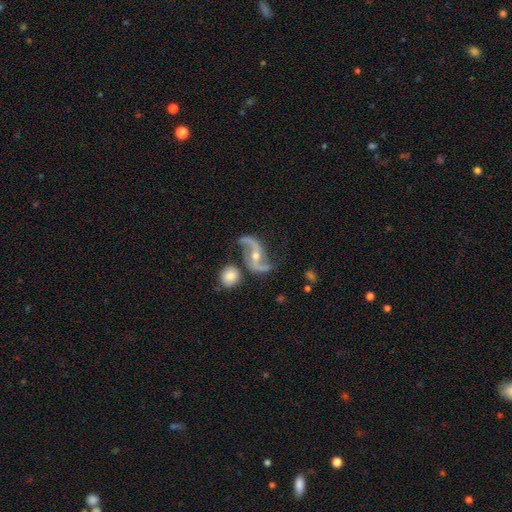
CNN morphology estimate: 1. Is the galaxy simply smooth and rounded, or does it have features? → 91% featured or disk, 5% star or artifact, 4% smooth.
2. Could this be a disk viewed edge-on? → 97% no, 3% yes.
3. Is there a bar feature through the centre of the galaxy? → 46% no, 32% weak, 22% strong.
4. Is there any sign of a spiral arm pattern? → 97% yes, 3% no.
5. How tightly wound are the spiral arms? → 71% loose, 23% medium, 6% tight.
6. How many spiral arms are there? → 94% 2, 2% 1, 1% can't tell, 1% 3, 1% 4, 1% more than 4.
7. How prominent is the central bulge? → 61% moderate, 34% small, 3% large, 1% none, 1% dominant.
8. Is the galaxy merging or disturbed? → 68% none, 15% minor disturbance, 9% merger, 8% major disturbance.